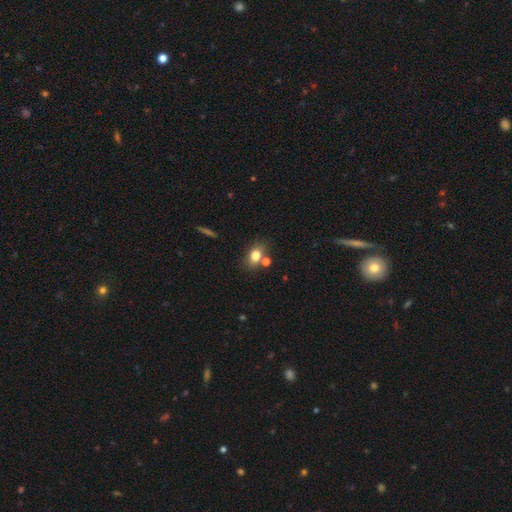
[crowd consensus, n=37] smooth_or_featured: smooth (p=0.76) [alt: featured or disk p=0.16]
how_rounded: in between (p=0.54) [alt: round p=0.46]
merging: none (p=0.50) [alt: merger p=0.29]